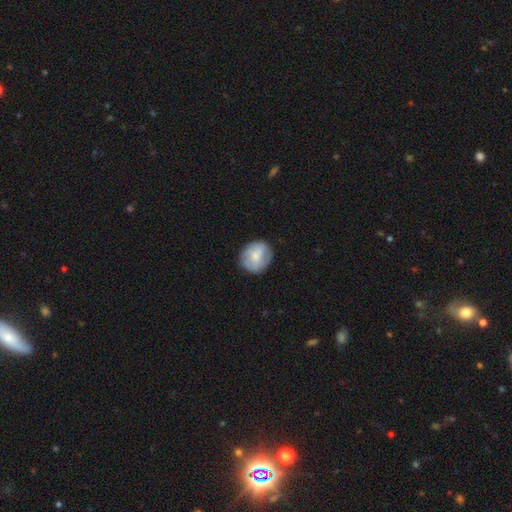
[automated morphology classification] Overall: smooth (56%; featured or disk 38%). How rounded: round (79%). Merging: none (79%).